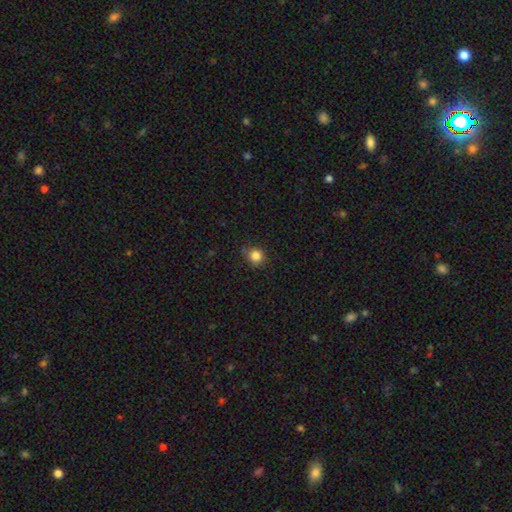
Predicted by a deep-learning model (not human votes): Smooth or featured? Predicted: smooth (p=0.84). How rounded? Predicted: round (p=0.88). Merging? Predicted: none (p=0.81).